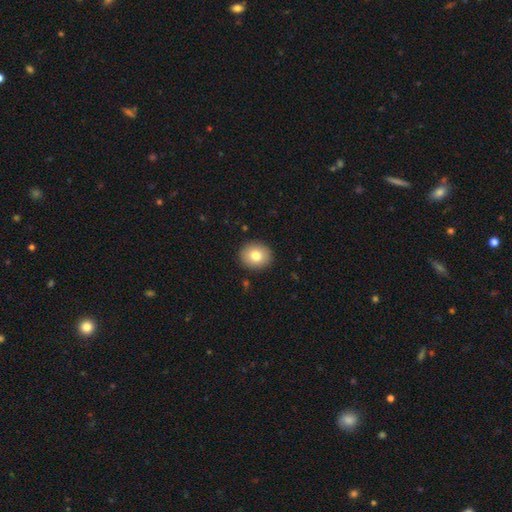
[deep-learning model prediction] smooth-or-featured: smooth: 77% | featured or disk: 13% | star or artifact: 9%
  how-rounded: round: 79% | in between: 20% | cigar-shaped: 1%
  merging: none: 91% | minor disturbance: 6% | major disturbance: 2% | merger: 1%